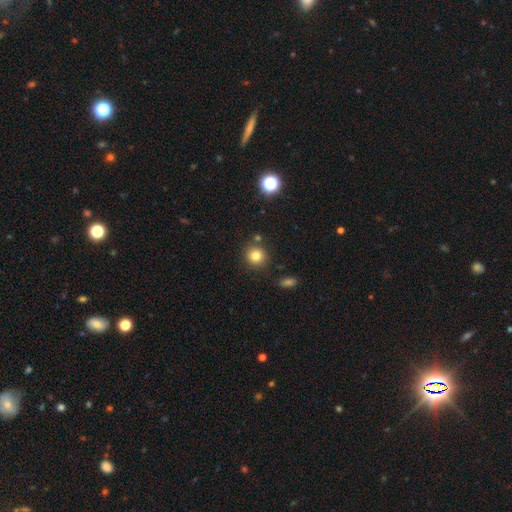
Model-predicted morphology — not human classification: Overall: smooth (81%). How rounded: round (90%). Merging: none (83%).